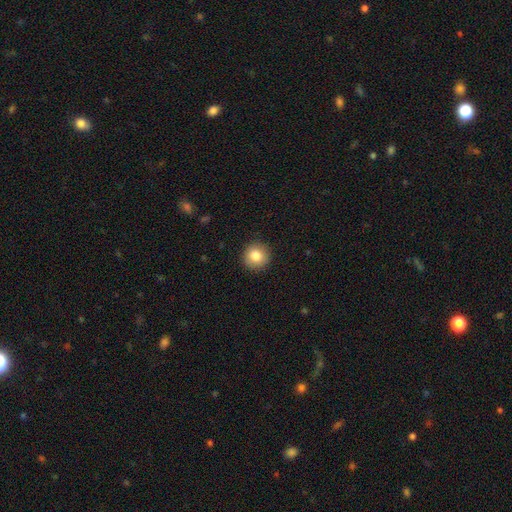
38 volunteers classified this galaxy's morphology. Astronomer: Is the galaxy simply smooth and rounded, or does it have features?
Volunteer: smooth — 87%.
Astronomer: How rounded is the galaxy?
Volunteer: round — 94%.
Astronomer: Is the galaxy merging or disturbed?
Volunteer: none — 83%.